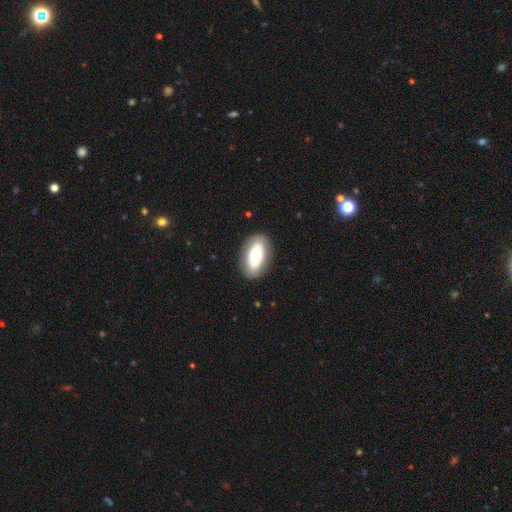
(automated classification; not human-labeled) Smooth or featured?
  - smooth: 63% *
  - featured or disk: 30%
  - star or artifact: 6%
How rounded?
  - in between: 92% *
  - round: 5%
  - cigar-shaped: 3%
Merging?
  - none: 86% *
  - minor disturbance: 9%
  - major disturbance: 3%
  - merger: 1%